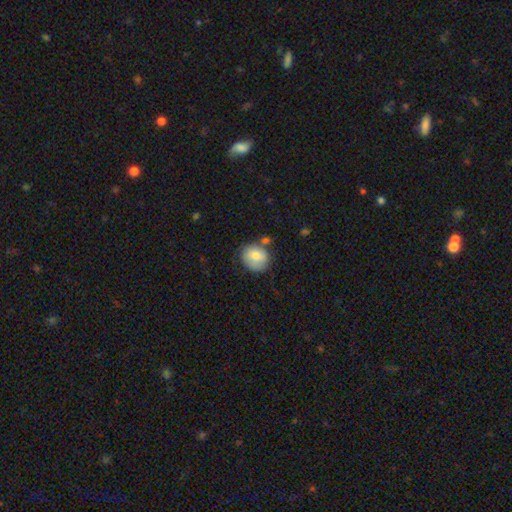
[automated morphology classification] A smooth galaxy with no disk features (76%) that is round (74%). Merging: none (63%).